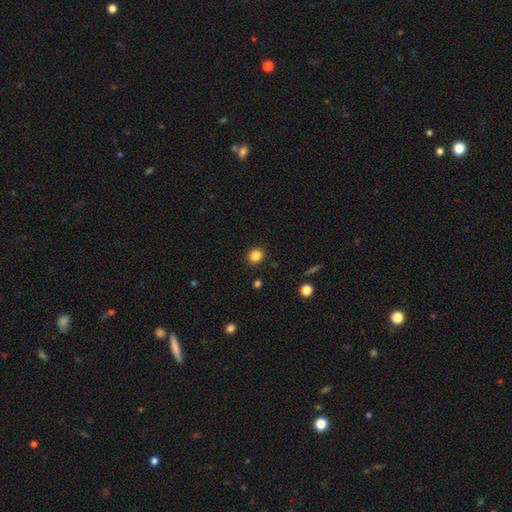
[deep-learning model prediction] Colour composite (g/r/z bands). It shows a smooth galaxy with no disk features (84%) that is round (77%). Merging: none (90%).